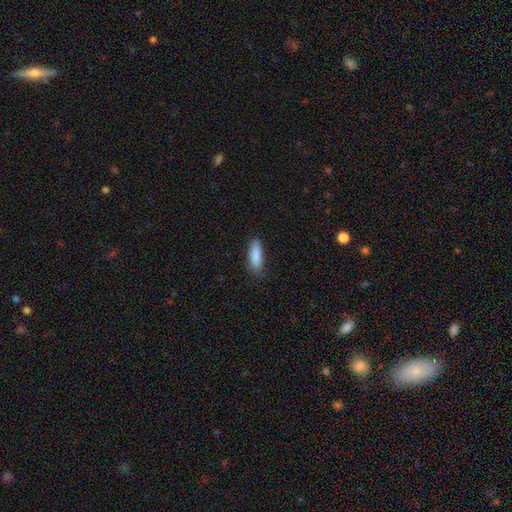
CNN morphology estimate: Smooth or featured?
  - smooth: 86% *
  - featured or disk: 7%
  - star or artifact: 6%
How rounded?
  - in between: 58% *
  - cigar-shaped: 41%
  - round: 2%
Merging?
  - none: 75% *
  - minor disturbance: 21%
  - major disturbance: 4%
  - merger: 1%